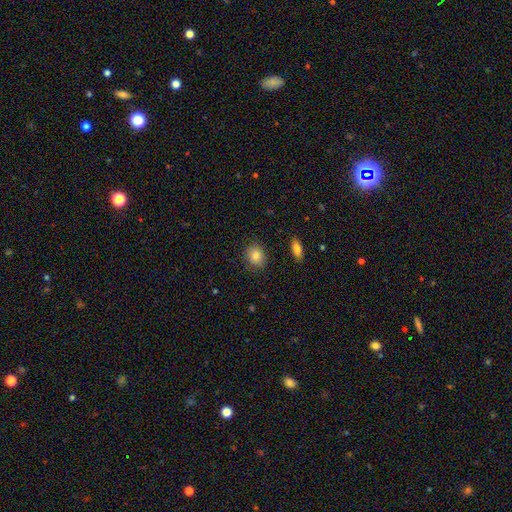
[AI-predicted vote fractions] The model was most divided on "how rounded": round: 63%, in between: 36%, cigar-shaped: 1%. More confident: merging — none (85%); smooth or featured — smooth (84%).